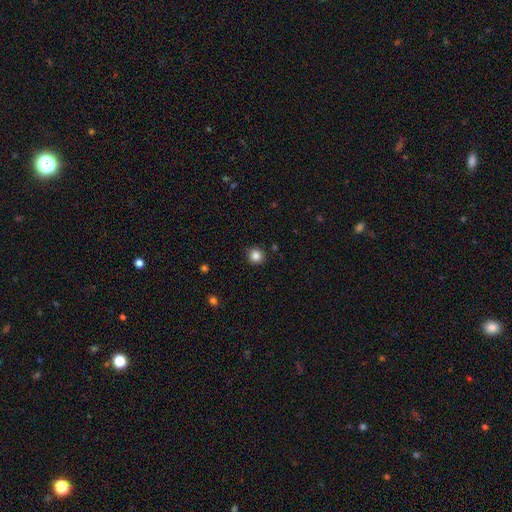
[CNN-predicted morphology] smooth 85%, star or artifact 11%, featured or disk 4%. Down the decision tree: how rounded — round (92%); merging — none (91%).